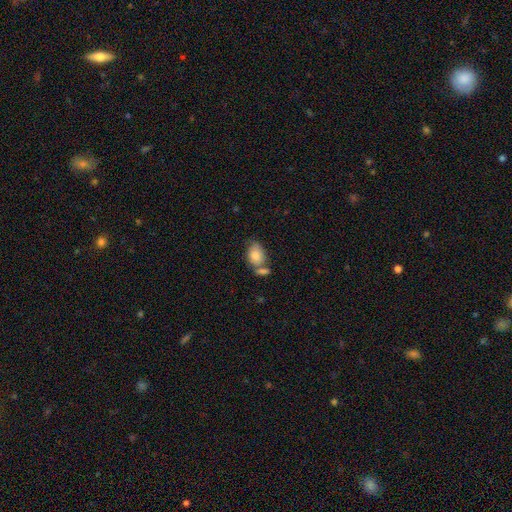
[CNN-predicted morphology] Smooth or featured?
  - smooth: 77% *
  - featured or disk: 15%
  - star or artifact: 7%
How rounded?
  - in between: 76% *
  - round: 22%
  - cigar-shaped: 1%
Merging?
  - none: 39% *
  - merger: 33%
  - minor disturbance: 20%
  - major disturbance: 8%